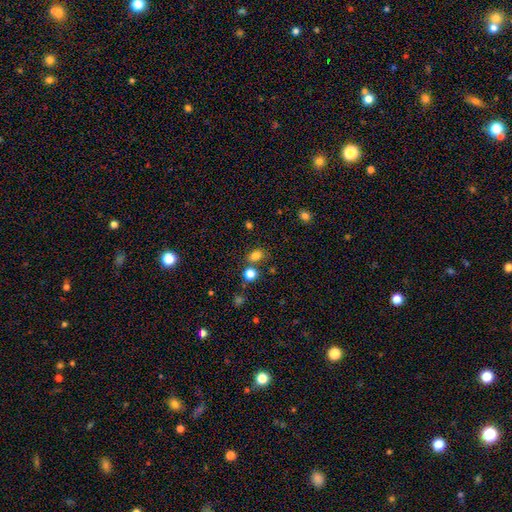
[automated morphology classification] Smooth or featured? smooth (80%)
How rounded? in between (57%)
Merging? none (68%)